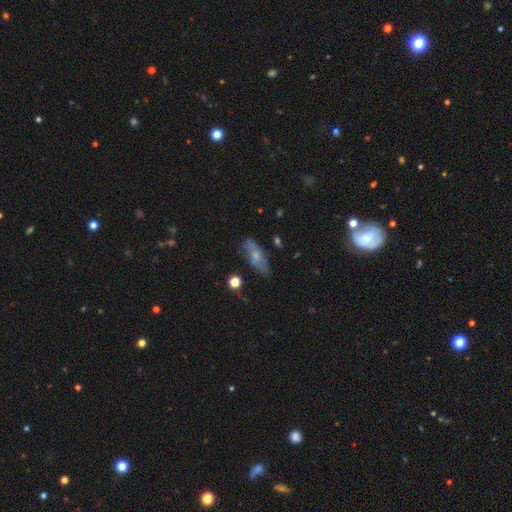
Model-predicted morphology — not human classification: smooth_or_featured: smooth (p=0.48) [alt: featured or disk p=0.43]
merging: none (p=0.63) [alt: minor disturbance p=0.24]